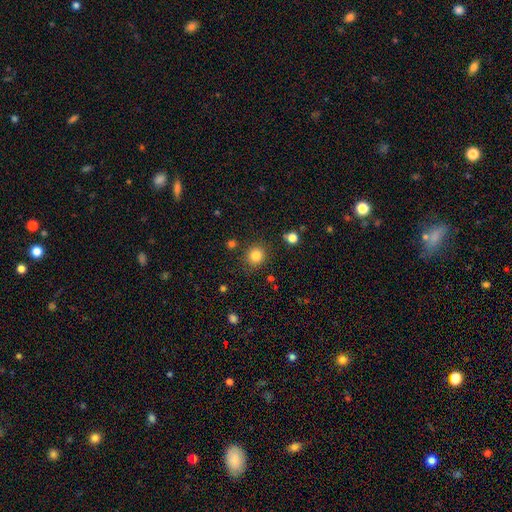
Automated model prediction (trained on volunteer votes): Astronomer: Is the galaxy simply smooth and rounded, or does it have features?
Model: smooth — 83%.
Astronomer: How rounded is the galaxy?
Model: round — 88%.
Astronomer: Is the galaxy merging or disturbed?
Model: none — 85%.